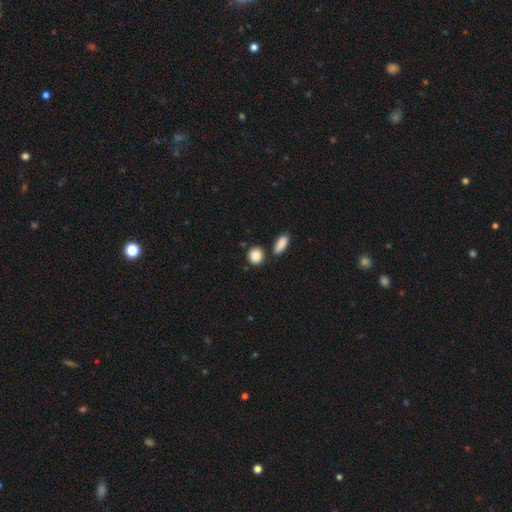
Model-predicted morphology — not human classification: smooth 88%, star or artifact 8%, featured or disk 4%. Down the decision tree: how rounded — round (73%); merging — none (76%).